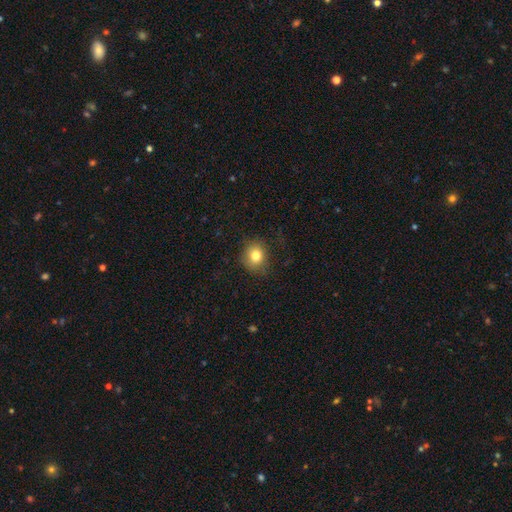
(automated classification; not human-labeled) Overall: smooth (80%). How rounded: round (76%). Merging: none (79%).